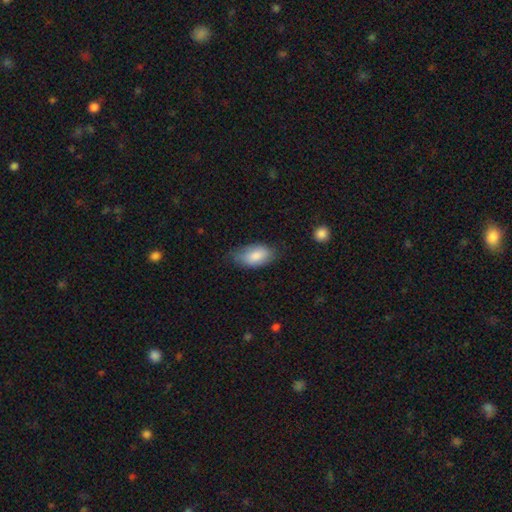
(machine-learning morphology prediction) smooth-or-featured: smooth: 84% | featured or disk: 10% | star or artifact: 6%
  how-rounded: in between: 93% | round: 4% | cigar-shaped: 3%
  merging: none: 63% | minor disturbance: 29% | major disturbance: 6% | merger: 2%